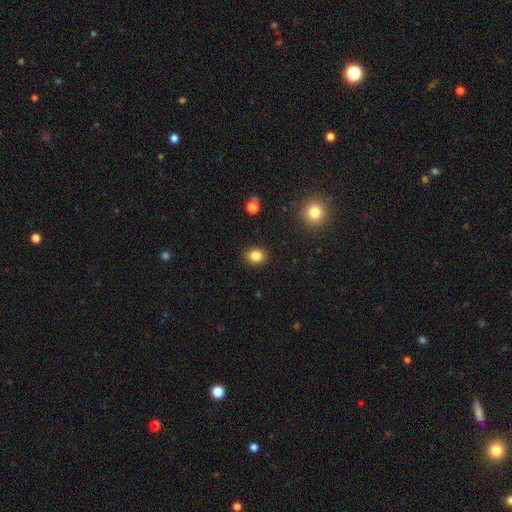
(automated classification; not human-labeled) Smooth or featured? Predicted: smooth (p=0.84). How rounded? Predicted: round (p=0.55). Merging? Predicted: none (p=0.90).